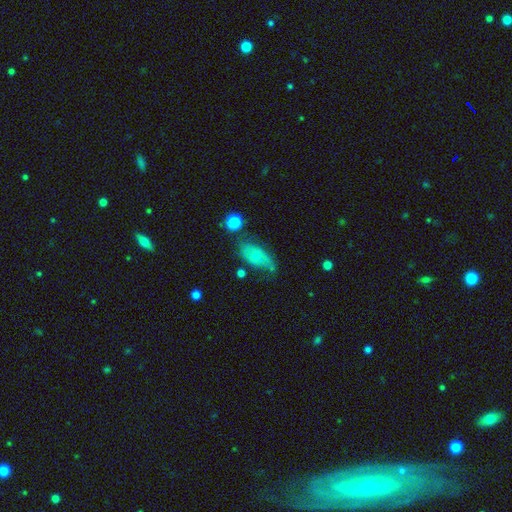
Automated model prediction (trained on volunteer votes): Overall: smooth (48%; featured or disk 42%). Merging: none (50%; minor disturbance 31%).